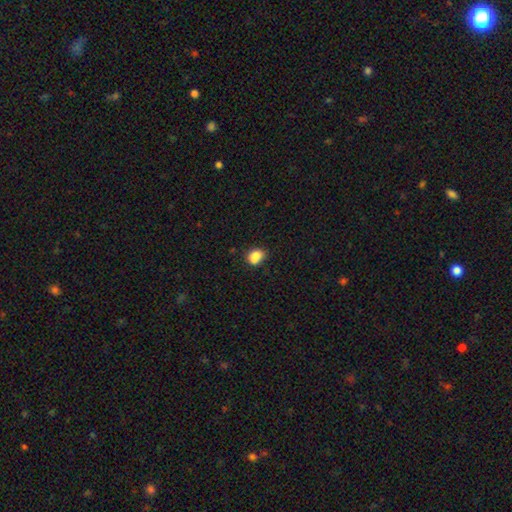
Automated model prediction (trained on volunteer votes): A smooth galaxy with no disk features (78%) that is in between round and cigar-shaped (57%). Merging: none (43%).